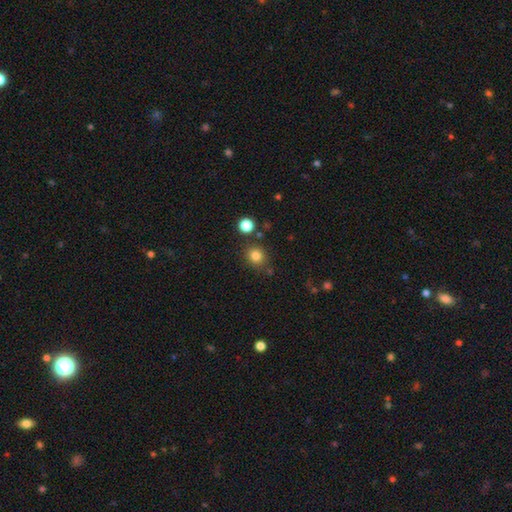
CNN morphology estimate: type=smooth (83%); roundness=round (81%); merging=none (79%).